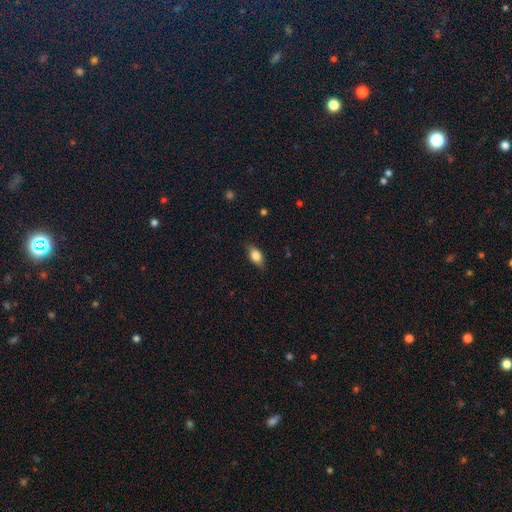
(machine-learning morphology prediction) Smooth or featured?
  - smooth: 79% *
  - featured or disk: 14%
  - star or artifact: 7%
How rounded?
  - in between: 86% *
  - cigar-shaped: 7%
  - round: 6%
Merging?
  - none: 82% *
  - minor disturbance: 14%
  - major disturbance: 3%
  - merger: 1%